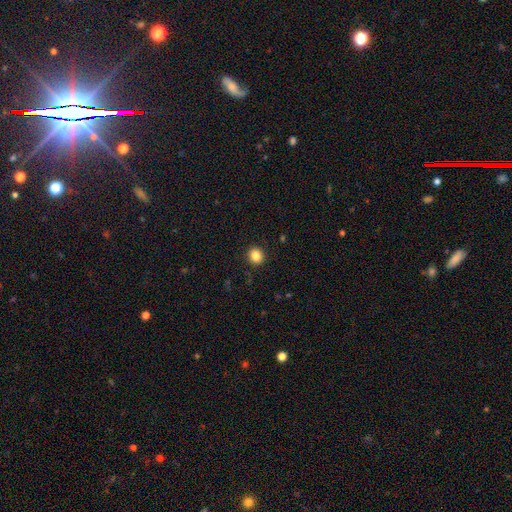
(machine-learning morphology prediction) Overall: smooth (85%). How rounded: round (81%). Merging: none (91%).